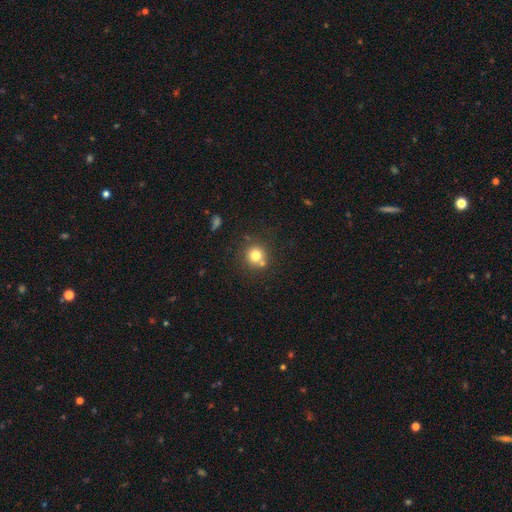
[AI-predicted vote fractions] The model was most divided on "merging": none: 71%, merger: 16%, minor disturbance: 9%, major disturbance: 3%. More confident: how rounded — round (93%); smooth or featured — smooth (77%).